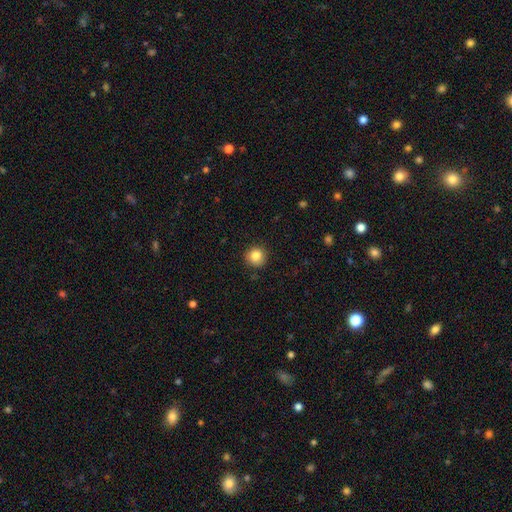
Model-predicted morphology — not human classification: A smooth galaxy with no disk features (85%) that is round (94%). Merging: none (90%).